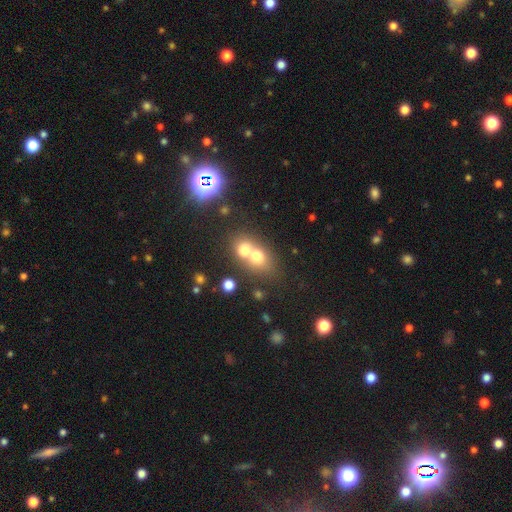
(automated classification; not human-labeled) The model was most divided on "how rounded": round: 60%, in between: 39%, cigar-shaped: 2%. More confident: merging — merger (66%); smooth or featured — smooth (65%).